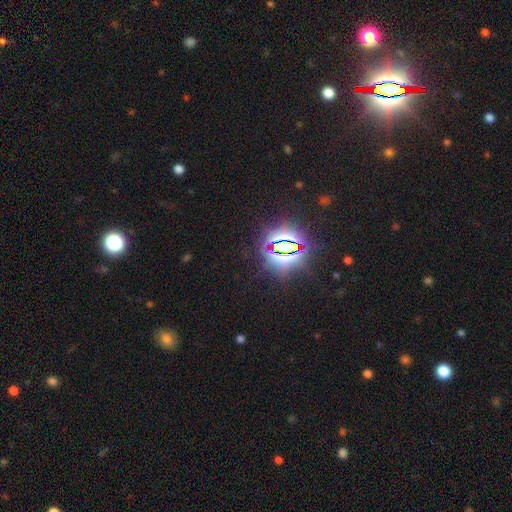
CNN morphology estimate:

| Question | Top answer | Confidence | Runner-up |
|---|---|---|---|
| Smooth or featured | star or artifact | 83% | smooth (11%) |